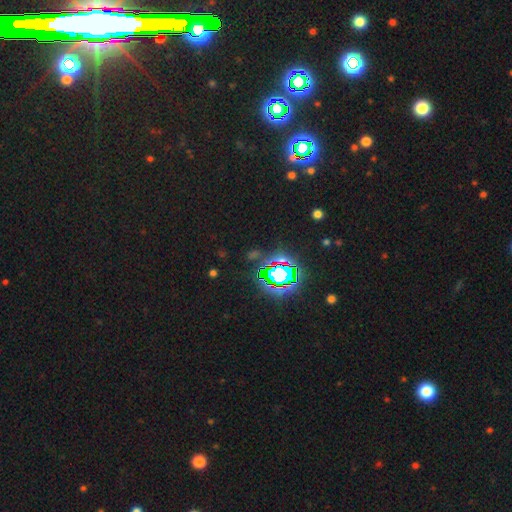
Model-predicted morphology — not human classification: Smooth or featured? star or artifact (77%)